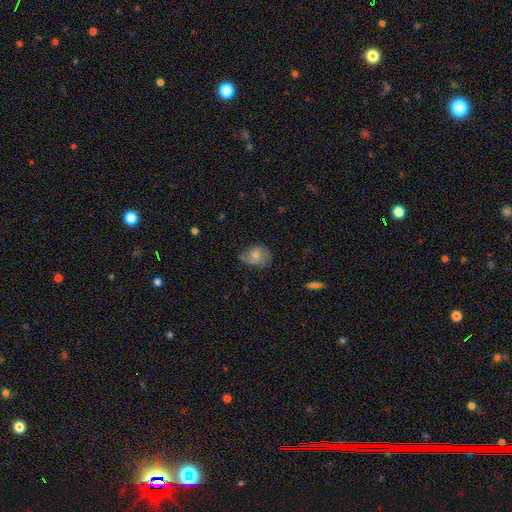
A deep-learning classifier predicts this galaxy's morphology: Smooth or featured: smooth — 56% (featured or disk — 36%)
How rounded: in between — 54% (round — 45%)
Merging: none — 55% (minor disturbance — 30%)